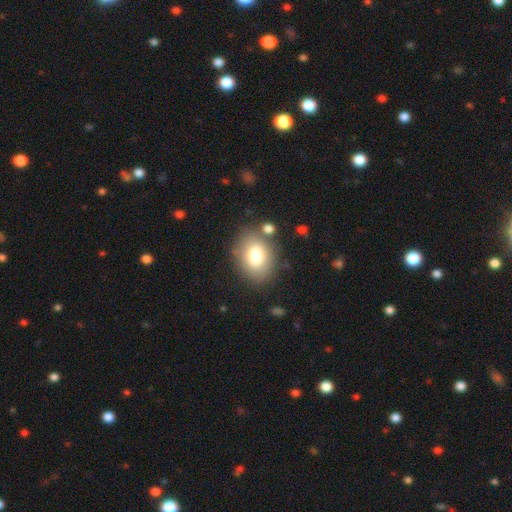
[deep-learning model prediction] smooth-or-featured: smooth: 77% | featured or disk: 14% | star or artifact: 10%
  how-rounded: in between: 63% | round: 36% | cigar-shaped: 1%
  merging: none: 76% | minor disturbance: 13% | merger: 7% | major disturbance: 4%